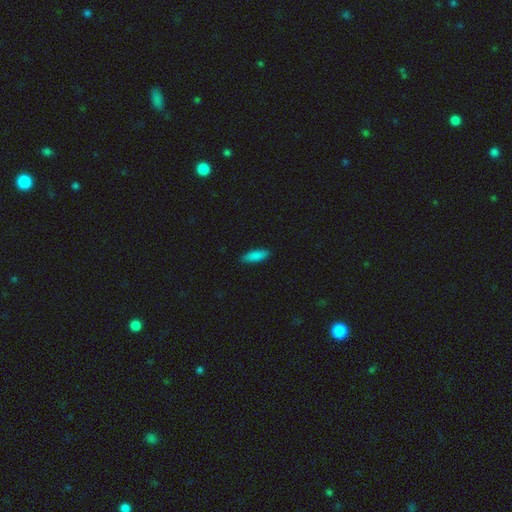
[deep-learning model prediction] Smooth or featured? smooth (87%)
How rounded? in between (56%)
Merging? none (88%)